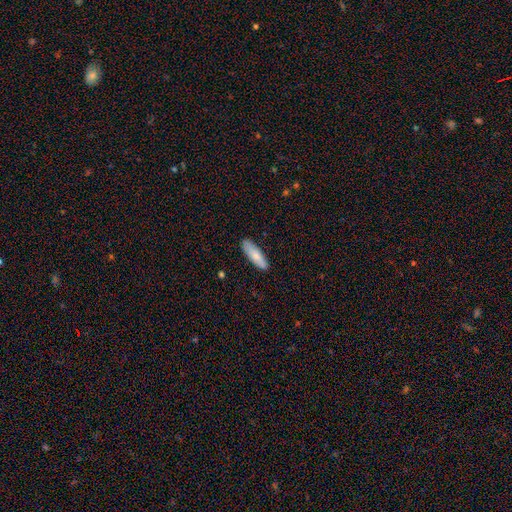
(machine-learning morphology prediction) Overall: smooth (78%). How rounded: cigar-shaped (55%; in between 43%). Merging: none (86%).